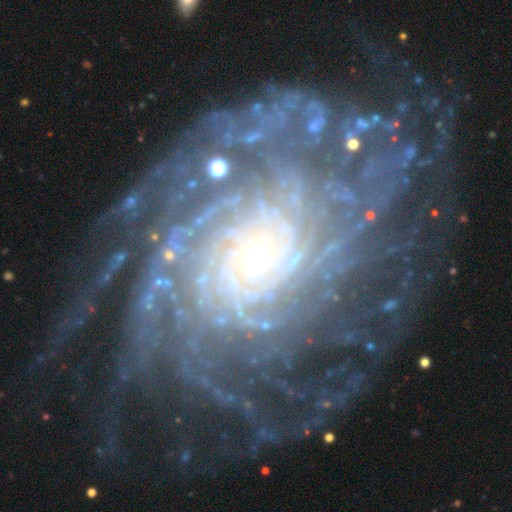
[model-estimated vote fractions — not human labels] smooth-or-featured: featured or disk: 91% | star or artifact: 6% | smooth: 4%
  disk-edge-on: no: 97% | yes: 3%
    bar: no: 76% | weak: 16% | strong: 8%
    has-spiral-arms: yes: 98% | no: 2%
      spiral-winding: tight: 78% | medium: 18% | loose: 4%
      spiral-arm-count: more than 4: 38% | can't tell: 19% | 4: 15% | 3: 10% | 2: 10% | 1: 8%
    bulge-size: small: 83% | moderate: 11% | large: 3% | none: 2% | dominant: 1%
  merging: none: 73% | minor disturbance: 15% | major disturbance: 10% | merger: 2%